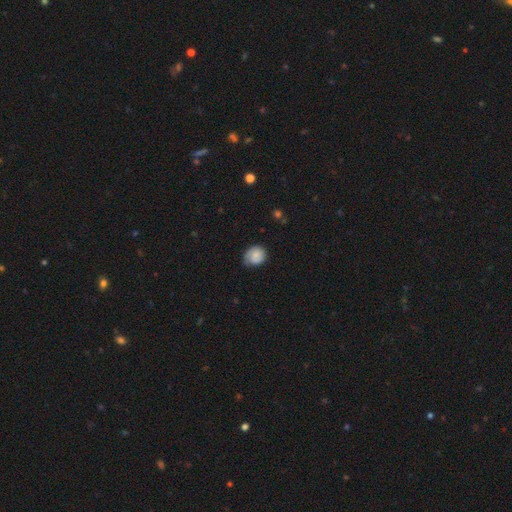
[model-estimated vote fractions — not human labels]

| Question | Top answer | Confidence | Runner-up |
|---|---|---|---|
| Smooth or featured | smooth | 69% | featured or disk (24%) |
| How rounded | round | 67% | in between (33%) |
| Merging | none | 54% | minor disturbance (35%) |